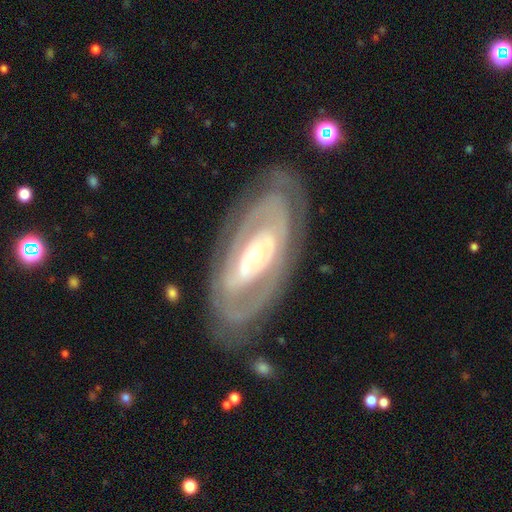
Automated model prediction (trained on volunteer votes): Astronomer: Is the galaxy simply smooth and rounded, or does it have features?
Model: featured or disk — 82%.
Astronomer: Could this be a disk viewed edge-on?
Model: no — 91%.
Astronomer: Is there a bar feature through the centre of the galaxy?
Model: no — 68%.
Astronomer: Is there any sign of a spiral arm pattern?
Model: yes — 66%.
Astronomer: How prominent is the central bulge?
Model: small — 51% (runner-up: moderate, 43%).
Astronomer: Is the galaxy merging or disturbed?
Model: none — 79%.